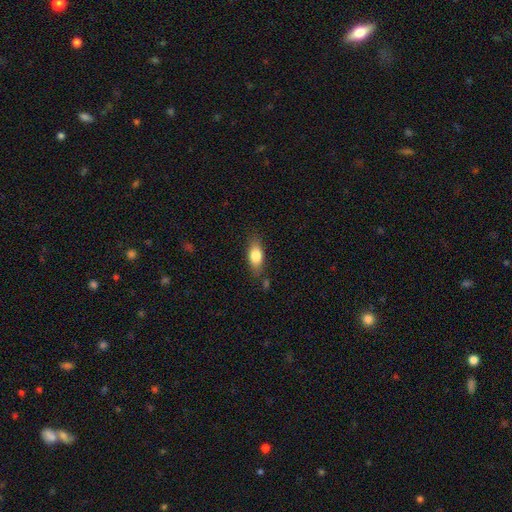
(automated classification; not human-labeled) This is likely a smooth galaxy (77%). How rounded: likely in between (79%). Merging: likely none (76%).